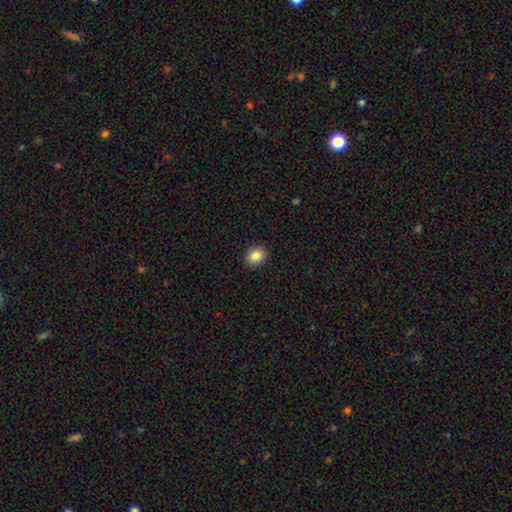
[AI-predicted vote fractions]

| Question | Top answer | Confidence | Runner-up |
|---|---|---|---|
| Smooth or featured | smooth | 85% | star or artifact (10%) |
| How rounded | round | 64% | in between (35%) |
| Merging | none | 91% | minor disturbance (6%) |